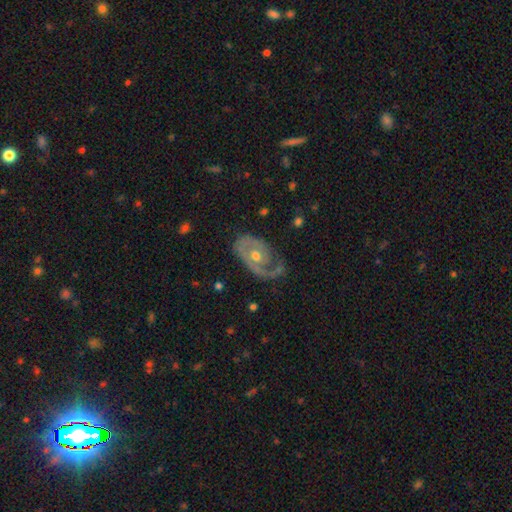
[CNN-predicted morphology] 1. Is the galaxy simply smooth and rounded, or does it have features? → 80% featured or disk, 15% smooth, 5% star or artifact.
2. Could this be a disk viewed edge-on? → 95% no, 5% yes.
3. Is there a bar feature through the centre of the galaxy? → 74% no, 21% weak, 5% strong.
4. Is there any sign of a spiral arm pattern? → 83% yes, 17% no.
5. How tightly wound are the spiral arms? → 52% tight, 32% medium, 16% loose.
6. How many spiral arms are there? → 56% 1, 29% 2, 11% can't tell, 2% 3, 1% 4, 1% more than 4.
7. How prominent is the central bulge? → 73% moderate, 20% small, 4% large, 1% none, 1% dominant.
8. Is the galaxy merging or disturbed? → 54% none, 25% minor disturbance, 18% major disturbance, 3% merger.